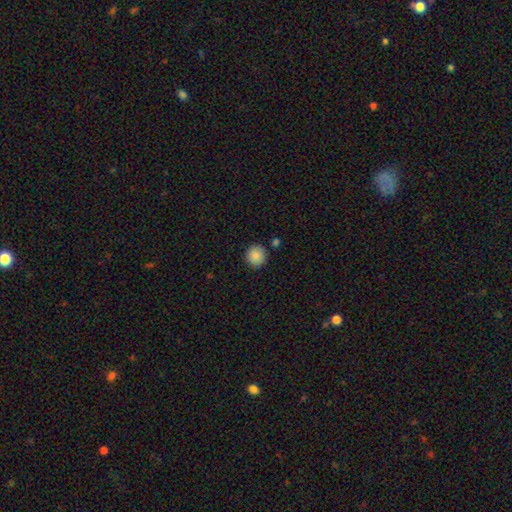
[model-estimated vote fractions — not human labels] Smooth or featured: smooth — 88% (star or artifact — 8%)
How rounded: round — 91% (in between — 8%)
Merging: none — 87% (minor disturbance — 8%)